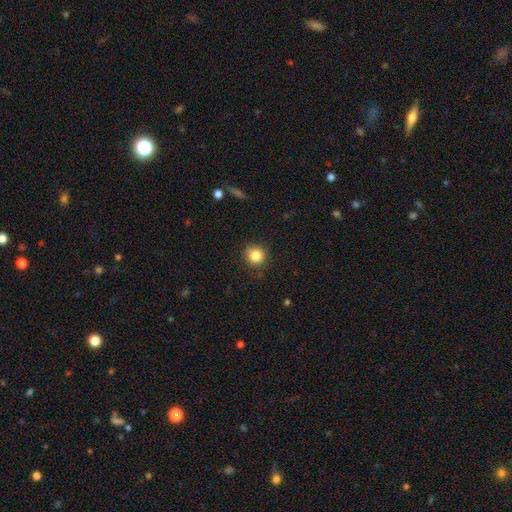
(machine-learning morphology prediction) Smooth or featured?
  - smooth: 84% *
  - star or artifact: 11%
  - featured or disk: 5%
How rounded?
  - round: 90% *
  - in between: 9%
  - cigar-shaped: 1%
Merging?
  - none: 82% *
  - minor disturbance: 13%
  - major disturbance: 3%
  - merger: 1%